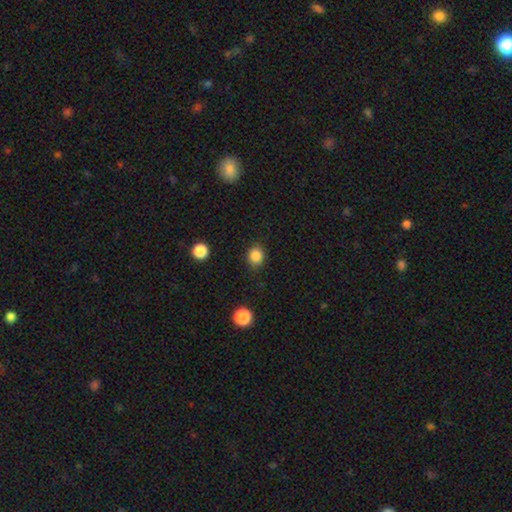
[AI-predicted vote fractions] Smooth or featured? smooth (86%)
How rounded? round (69%)
Merging? none (85%)